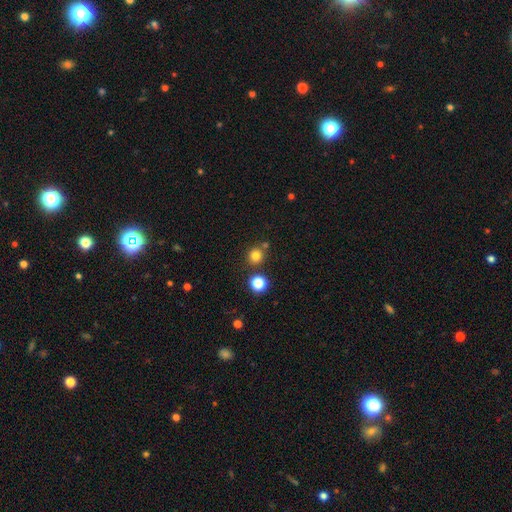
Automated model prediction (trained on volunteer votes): This is likely a smooth galaxy (79%). How rounded: clearly round (91%). Merging: likely none (76%).